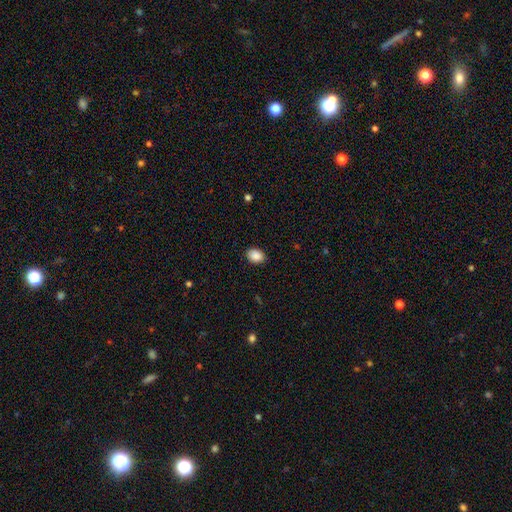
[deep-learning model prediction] Overall: smooth (89%). How rounded: in between (70%). Merging: none (88%).